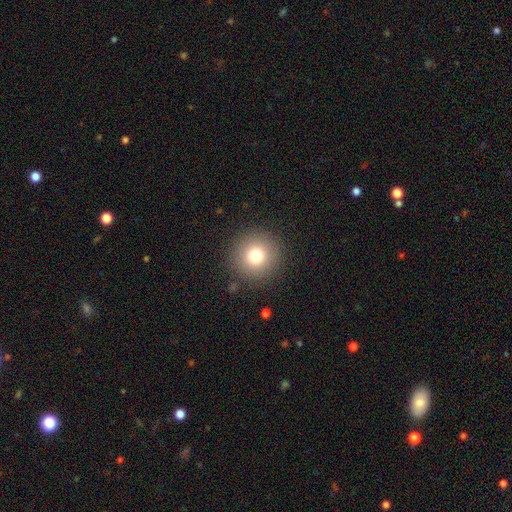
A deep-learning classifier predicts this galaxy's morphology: A smooth galaxy with no disk features (77%) that is round (96%).

Vote fractions:
- Smooth or featured? smooth: 77% / star or artifact: 12% / featured or disk: 10%
- How rounded? round: 96% / in between: 3% / cigar-shaped: 1%
- Merging? none: 90% / minor disturbance: 6% / major disturbance: 3% / merger: 1%